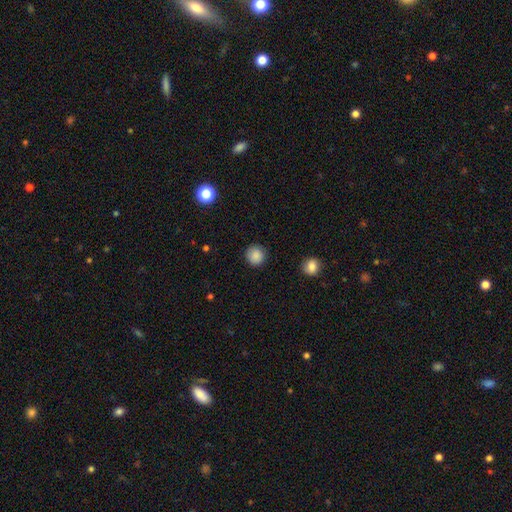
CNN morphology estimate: Smooth or featured: smooth — 87% (star or artifact — 9%)
How rounded: round — 91% (in between — 8%)
Merging: none — 88% (minor disturbance — 8%)